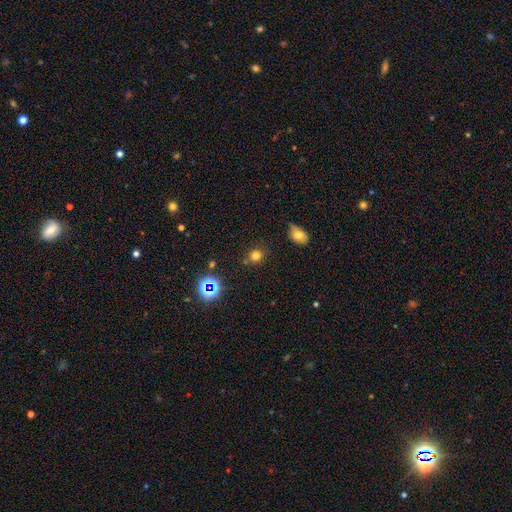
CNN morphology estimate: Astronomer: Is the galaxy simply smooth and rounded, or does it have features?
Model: smooth — 75%.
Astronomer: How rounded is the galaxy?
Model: round — 78%.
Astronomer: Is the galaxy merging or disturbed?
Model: none — 78%.